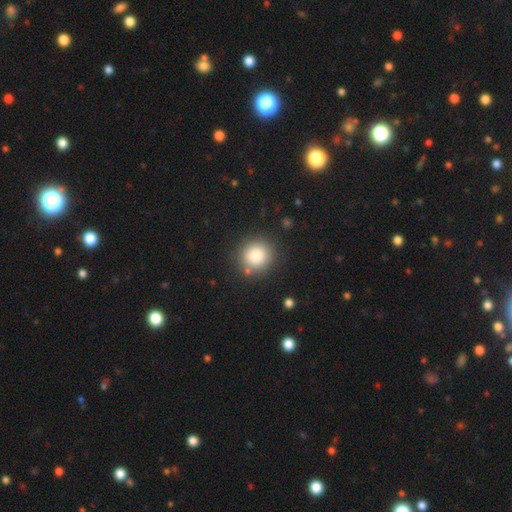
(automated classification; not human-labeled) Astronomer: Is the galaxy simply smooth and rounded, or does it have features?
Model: smooth — 85%.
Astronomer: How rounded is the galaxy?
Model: round — 90%.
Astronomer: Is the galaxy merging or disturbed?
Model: none — 84%.